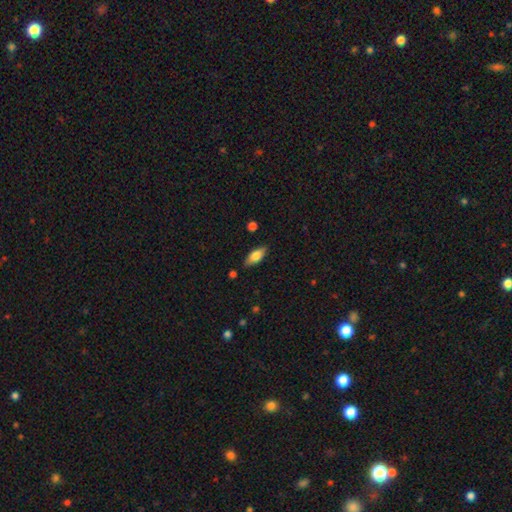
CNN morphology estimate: Smooth or featured?
  - smooth: 69% *
  - featured or disk: 25%
  - star or artifact: 7%
How rounded?
  - in between: 78% *
  - cigar-shaped: 19%
  - round: 3%
Merging?
  - none: 83% *
  - minor disturbance: 13%
  - major disturbance: 3%
  - merger: 2%